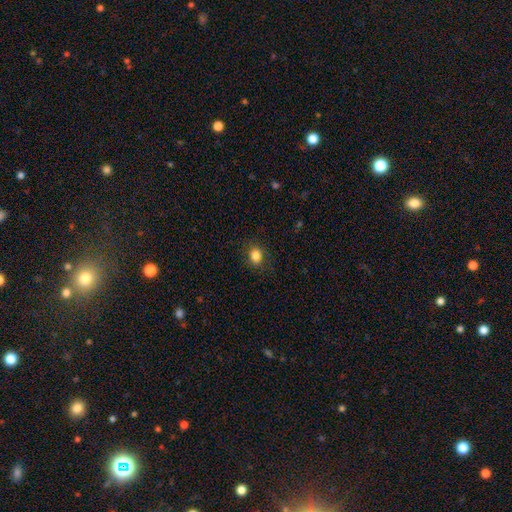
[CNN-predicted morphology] Overall: smooth (85%). How rounded: round (56%; in between 43%). Merging: none (85%).